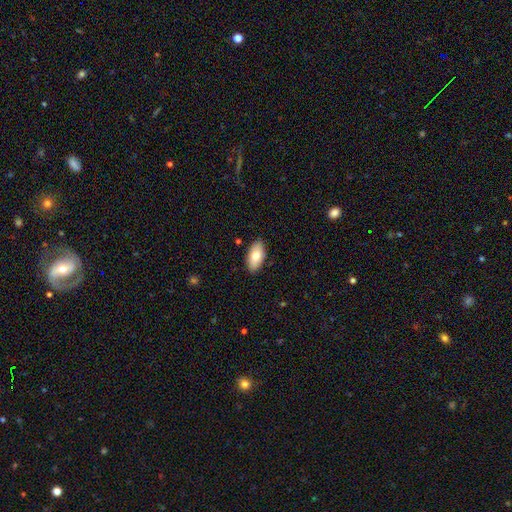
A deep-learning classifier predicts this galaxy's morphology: This appears to be a smooth galaxy with no disk features (75%) that is in between round and cigar-shaped (93%). Merging: none (88%).